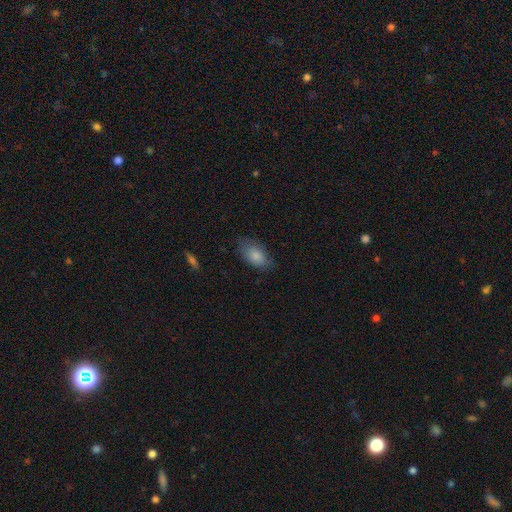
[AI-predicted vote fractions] Overall: smooth (82%). How rounded: in between (90%). Merging: none (68%).